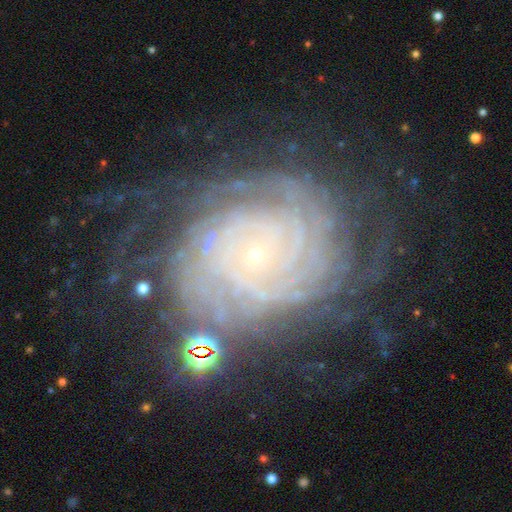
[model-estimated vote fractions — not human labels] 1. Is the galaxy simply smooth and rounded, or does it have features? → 87% featured or disk, 7% star or artifact, 6% smooth.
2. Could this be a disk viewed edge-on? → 97% no, 3% yes.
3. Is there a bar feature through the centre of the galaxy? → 79% no, 15% weak, 6% strong.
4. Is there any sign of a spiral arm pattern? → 97% yes, 3% no.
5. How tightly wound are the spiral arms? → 84% tight, 13% medium, 3% loose.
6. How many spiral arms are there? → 26% can't tell (tied), 26% more than 4 (tied), 18% 4, 11% 3, 11% 2, 8% 1.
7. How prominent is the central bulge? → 89% small, 6% moderate, 2% none, 1% large, 1% dominant.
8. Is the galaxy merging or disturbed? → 66% none, 18% minor disturbance, 12% major disturbance, 4% merger.